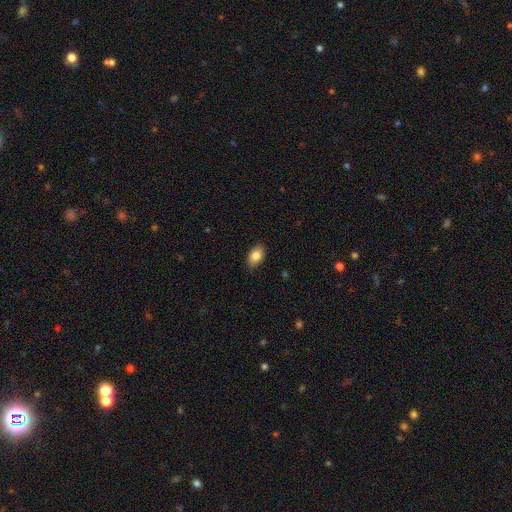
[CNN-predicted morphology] type=smooth (86%); roundness=in between (88%); merging=none (87%).